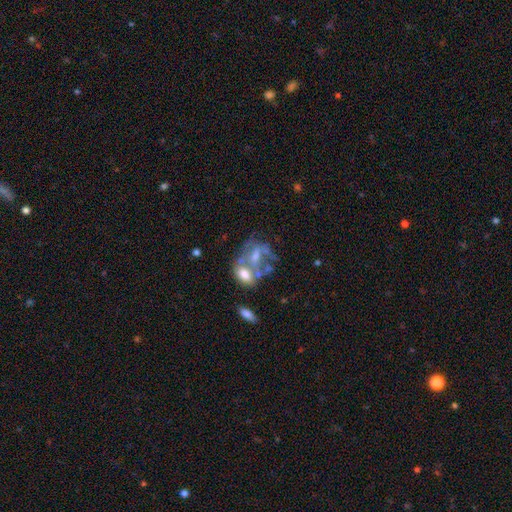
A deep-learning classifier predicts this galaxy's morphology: This appears to be a featured or disk galaxy (53%) with no bar (75%), no spiral arms (86%) and a moderate central bulge (39%). Merging: merger (46%).